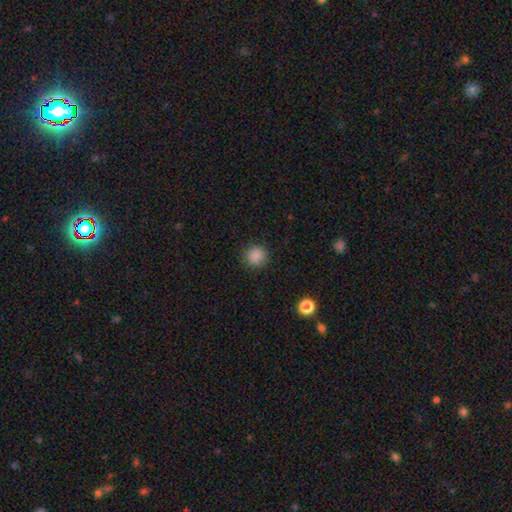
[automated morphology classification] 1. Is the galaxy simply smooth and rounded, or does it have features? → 87% smooth, 11% star or artifact, 3% featured or disk.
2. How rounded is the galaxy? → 91% round, 8% in between, 1% cigar-shaped.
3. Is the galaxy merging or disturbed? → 90% none, 7% minor disturbance, 2% major disturbance, 1% merger.